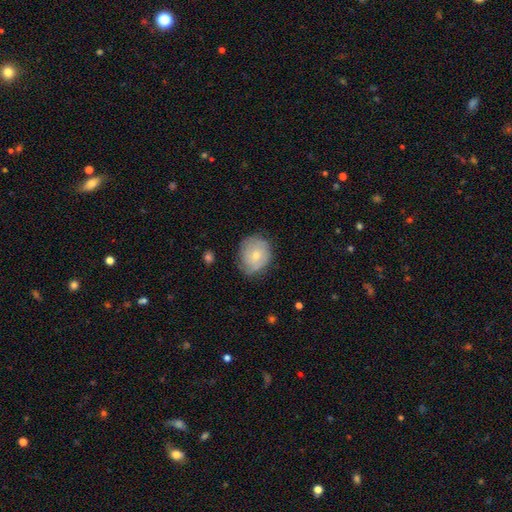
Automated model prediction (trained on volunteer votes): A smooth galaxy with no disk features (52%) that is round (76%). Merging: none (69%).